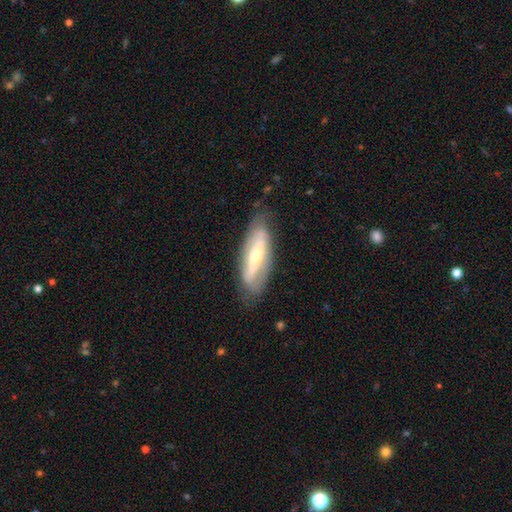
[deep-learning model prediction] A featured or disk galaxy (63%). Merging: none (75%).